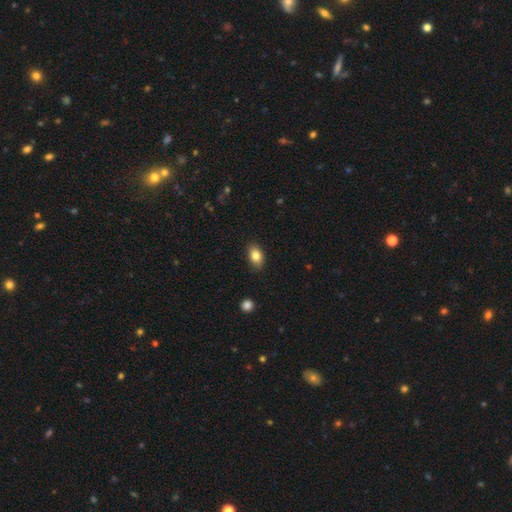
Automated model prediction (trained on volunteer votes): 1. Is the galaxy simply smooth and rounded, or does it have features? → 83% smooth, 9% featured or disk, 8% star or artifact.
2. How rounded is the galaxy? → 84% in between, 14% round, 2% cigar-shaped.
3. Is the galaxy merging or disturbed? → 85% none, 12% minor disturbance, 2% major disturbance, 1% merger.